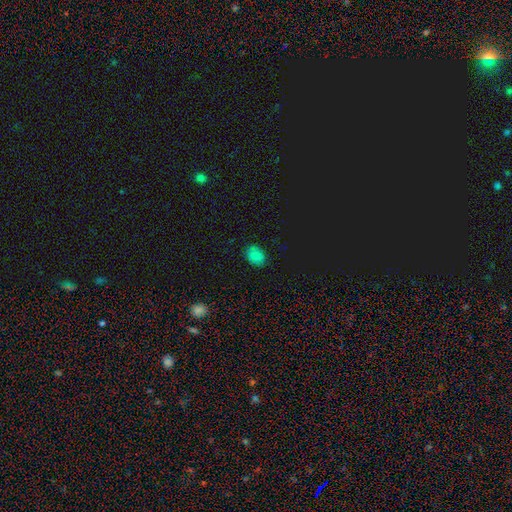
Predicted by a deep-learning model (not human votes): Q: Smooth or featured?
A: smooth (79%); runner-up: star or artifact (15%)
Q: How rounded?
A: in between (65%); runner-up: round (34%)
Q: Merging?
A: none (84%); runner-up: minor disturbance (13%)